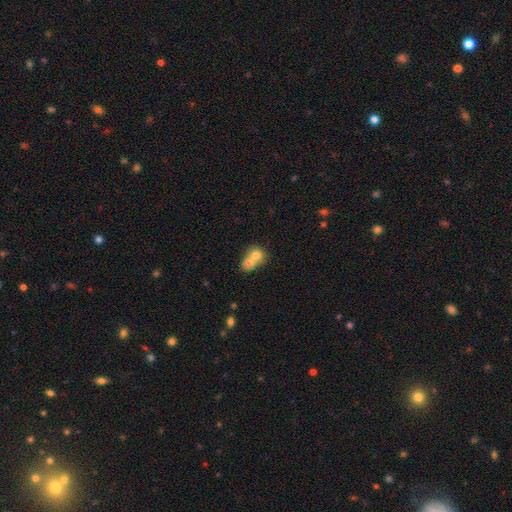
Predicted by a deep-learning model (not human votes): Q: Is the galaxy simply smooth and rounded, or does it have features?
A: smooth — 71%.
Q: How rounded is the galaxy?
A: round — 65%.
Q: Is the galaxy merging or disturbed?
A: merger — 72%.